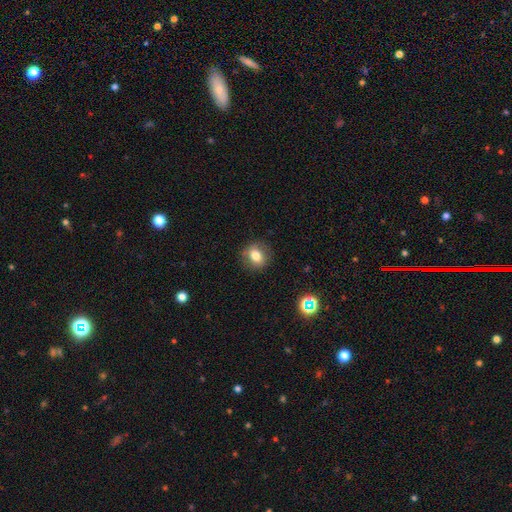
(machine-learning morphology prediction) smooth_or_featured: smooth (p=0.74) [alt: featured or disk p=0.14]
how_rounded: round (p=0.66) [alt: in between p=0.33]
merging: none (p=0.84) [alt: minor disturbance p=0.11]